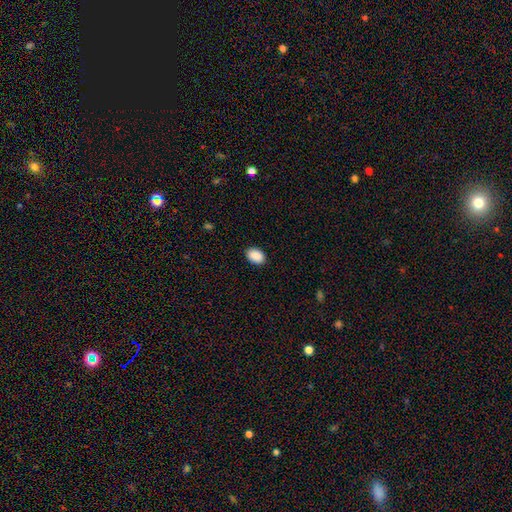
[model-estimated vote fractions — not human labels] Smooth or featured?
  - smooth: 91% *
  - star or artifact: 7%
  - featured or disk: 3%
How rounded?
  - in between: 85% *
  - round: 13%
  - cigar-shaped: 1%
Merging?
  - none: 90% *
  - minor disturbance: 7%
  - major disturbance: 2%
  - merger: 1%